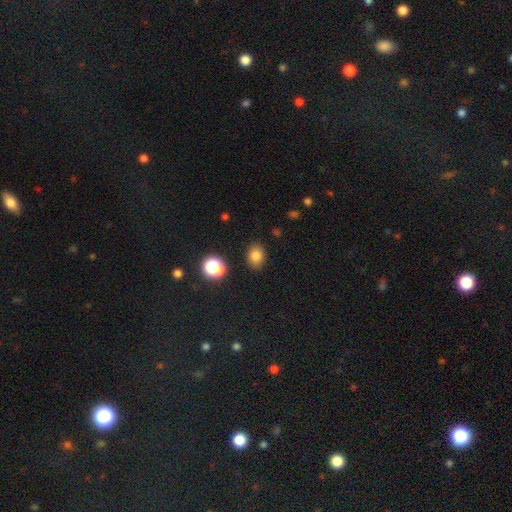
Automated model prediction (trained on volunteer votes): Smooth or featured: smooth — 81% (star or artifact — 13%)
How rounded: in between — 60% (round — 38%)
Merging: none — 86% (minor disturbance — 9%)